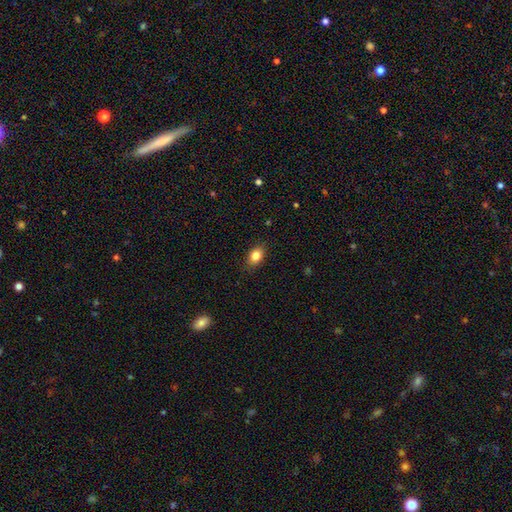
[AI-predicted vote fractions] smooth 84%, star or artifact 9%, featured or disk 7%. Down the decision tree: how rounded — in between (78%); merging — none (86%).